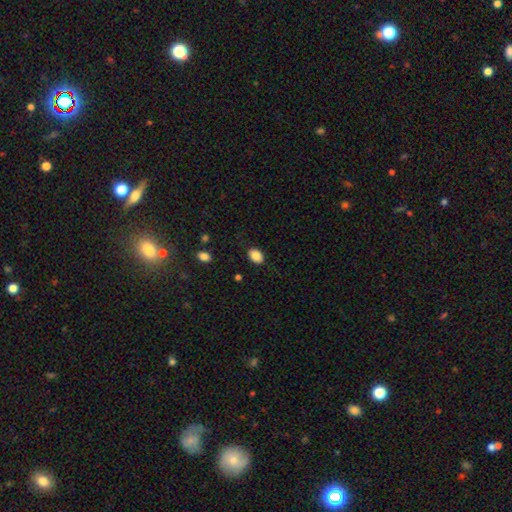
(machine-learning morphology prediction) Smooth or featured? smooth (87%)
How rounded? in between (84%)
Merging? none (86%)